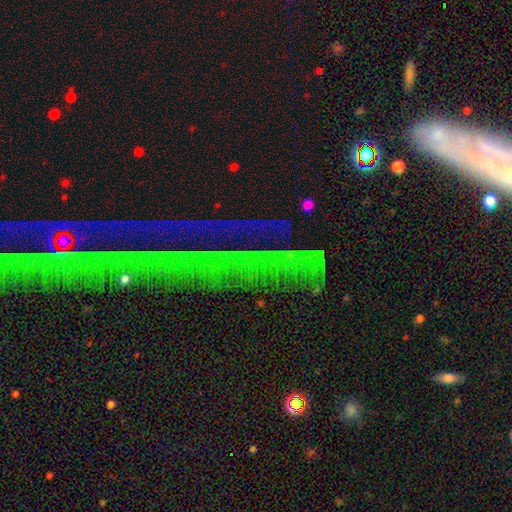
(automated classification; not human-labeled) The model was most divided on "smooth or featured": star or artifact: 78%, featured or disk: 12%, smooth: 10%.